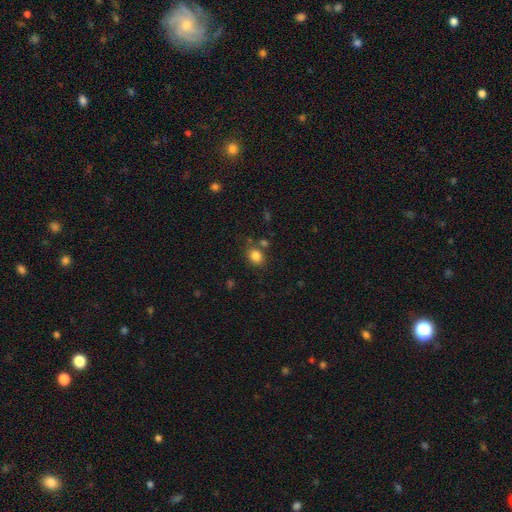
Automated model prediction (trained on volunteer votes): Overall: smooth (83%). How rounded: round (54%; in between 45%). Merging: none (72%).